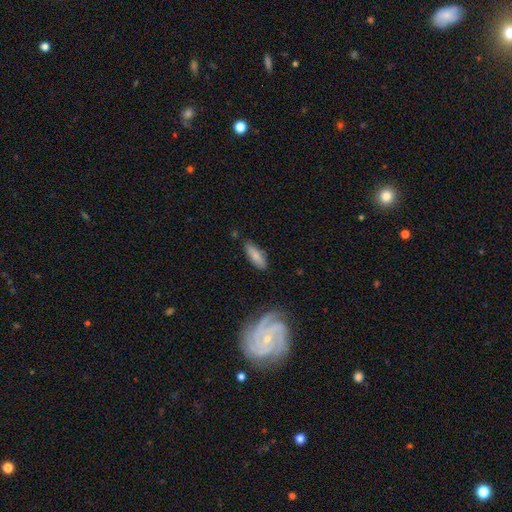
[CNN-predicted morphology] smooth-or-featured: smooth: 77% | featured or disk: 17% | star or artifact: 7%
  how-rounded: in between: 60% | cigar-shaped: 38% | round: 2%
  merging: none: 76% | minor disturbance: 17% | major disturbance: 4% | merger: 3%